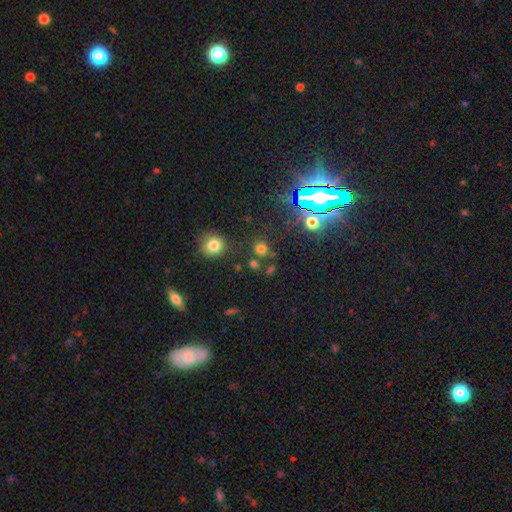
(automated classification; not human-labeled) Smooth or featured: star or artifact — 67% (smooth — 24%)